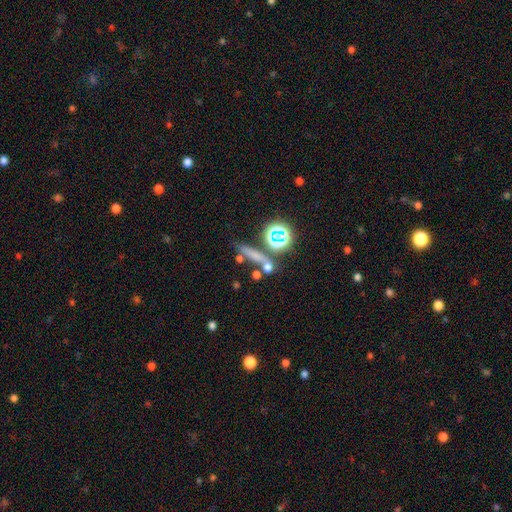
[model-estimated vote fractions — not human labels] Smooth or featured? smooth (52%)
How rounded? cigar-shaped (62%)
Merging? none (66%)